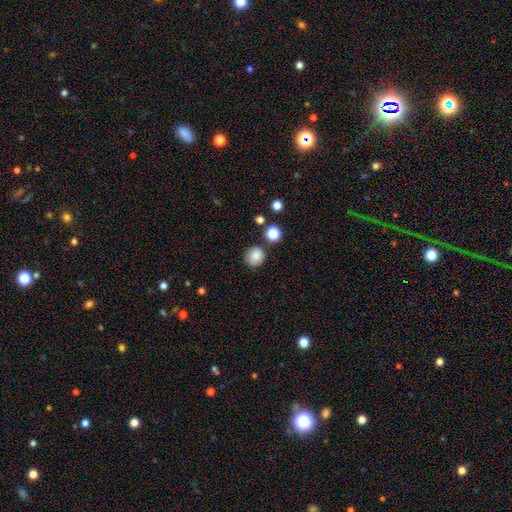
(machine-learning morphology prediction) Smooth or featured? Predicted: smooth (p=0.85). How rounded? Predicted: round (p=0.86). Merging? Predicted: none (p=0.81).